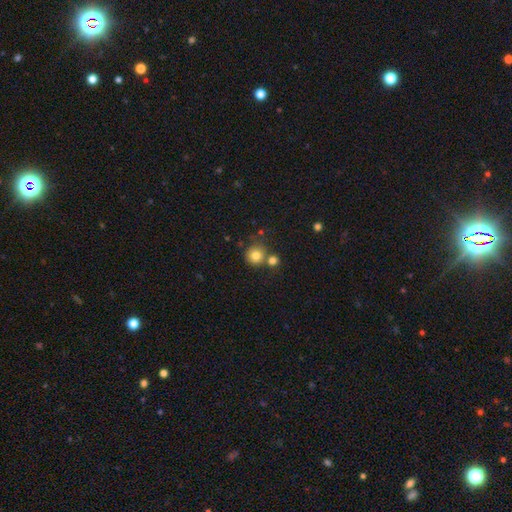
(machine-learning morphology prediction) smooth_or_featured: smooth (p=0.78) [alt: star or artifact p=0.12]
how_rounded: round (p=0.92) [alt: in between p=0.07]
merging: none (p=0.66) [alt: merger p=0.22]